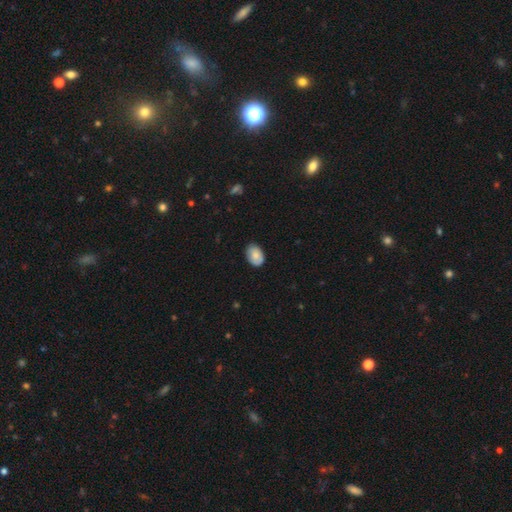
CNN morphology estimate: smooth-or-featured: smooth: 80% | featured or disk: 13% | star or artifact: 7%
  how-rounded: in between: 84% | round: 15% | cigar-shaped: 1%
  merging: none: 79% | minor disturbance: 18% | major disturbance: 3% | merger: 1%